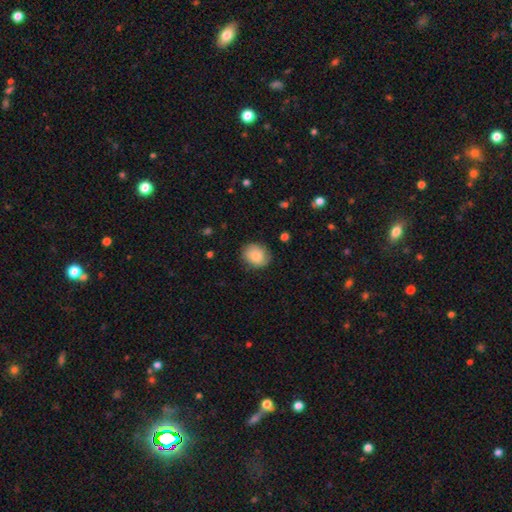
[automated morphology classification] smooth 75%, featured or disk 18%, star or artifact 8%. Down the decision tree: how rounded — round (62%); merging — none (76%).